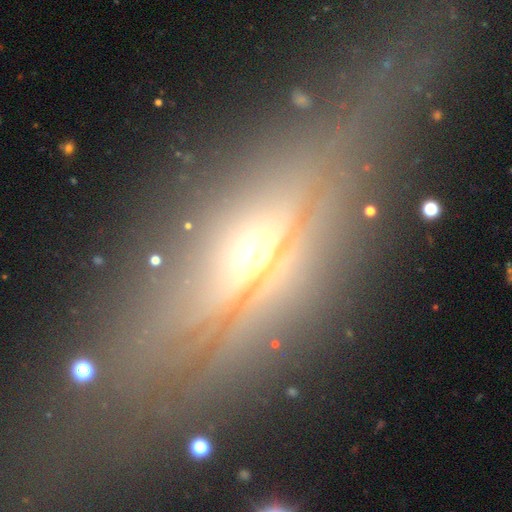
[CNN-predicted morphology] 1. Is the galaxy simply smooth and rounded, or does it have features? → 64% featured or disk, 23% smooth, 13% star or artifact.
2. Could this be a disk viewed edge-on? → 75% yes, 25% no.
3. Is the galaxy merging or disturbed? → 73% none, 15% minor disturbance, 9% major disturbance, 3% merger.